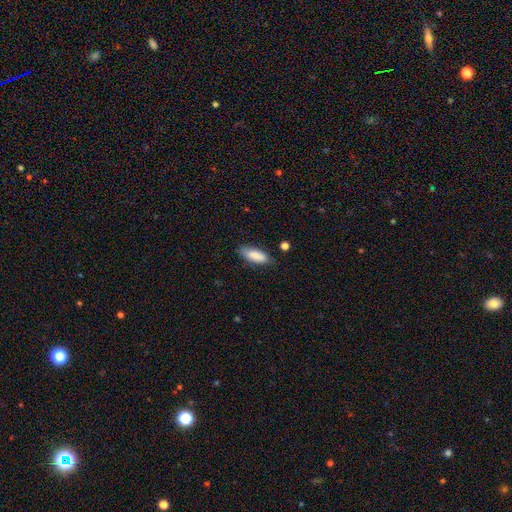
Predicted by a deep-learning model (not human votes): Overall: smooth (86%). How rounded: in between (70%). Merging: none (78%).